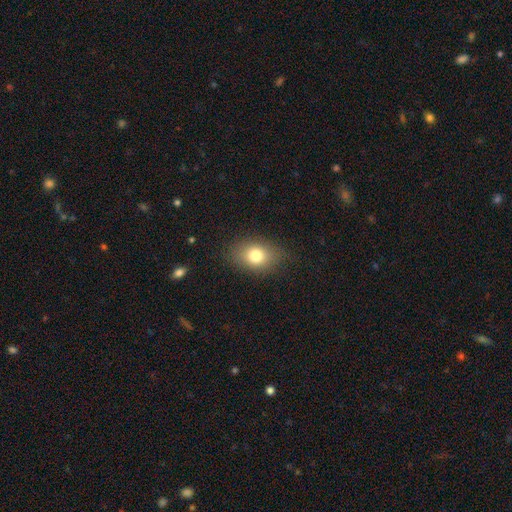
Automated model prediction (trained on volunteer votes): This is likely a smooth galaxy (78%). How rounded: likely in between (74%). Merging: clearly none (83%).